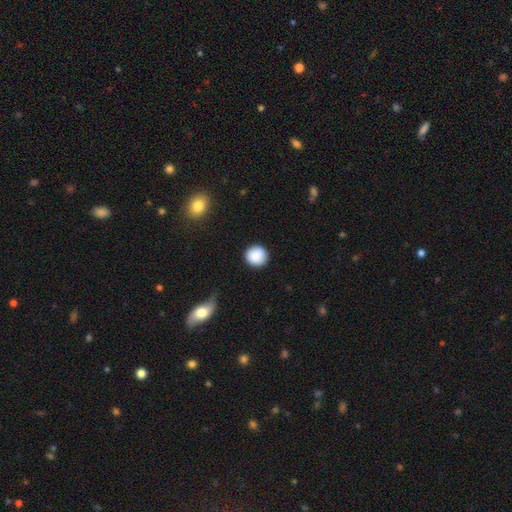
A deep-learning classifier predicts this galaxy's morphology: This appears to be a smooth galaxy with no disk features (89%) that is round (95%). Merging: none (90%).